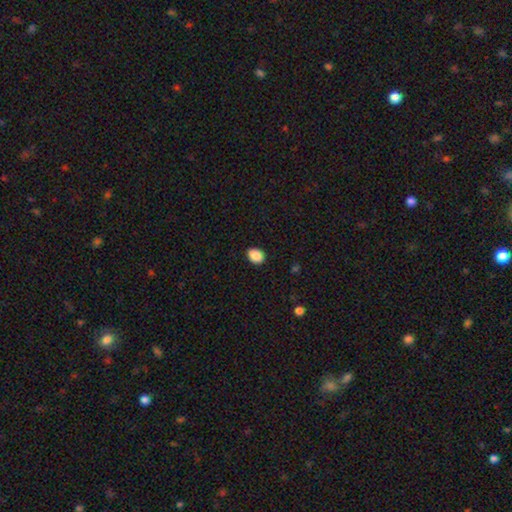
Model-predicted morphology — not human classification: smooth_or_featured: smooth (p=0.88) [alt: star or artifact p=0.09]
how_rounded: in between (p=0.58) [alt: round p=0.41]
merging: none (p=0.90) [alt: minor disturbance p=0.07]